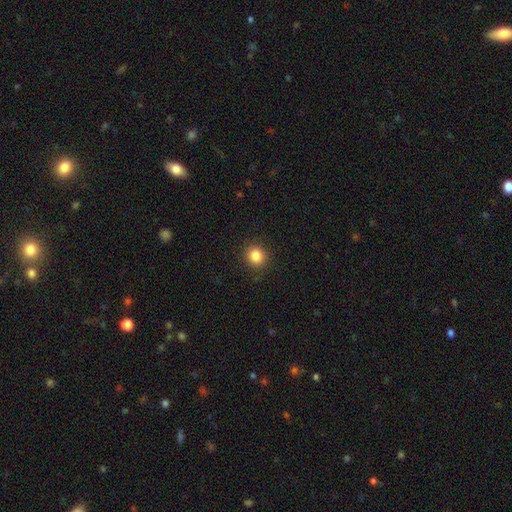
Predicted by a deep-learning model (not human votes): Smooth or featured?
  - smooth: 84% *
  - star or artifact: 11%
  - featured or disk: 5%
How rounded?
  - round: 86% *
  - in between: 13%
  - cigar-shaped: 1%
Merging?
  - none: 91% *
  - minor disturbance: 6%
  - major disturbance: 2%
  - merger: 1%